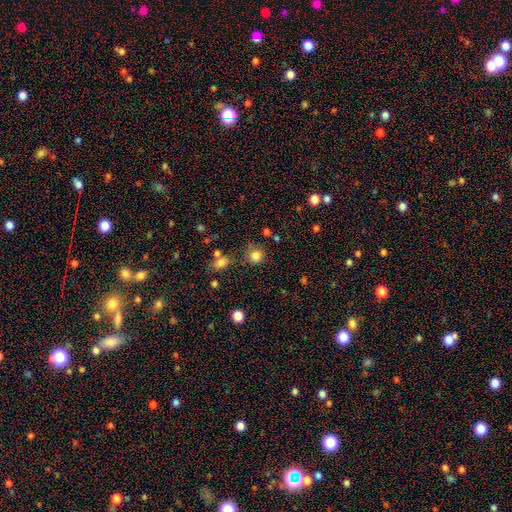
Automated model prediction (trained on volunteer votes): Smooth or featured? smooth (77%)
How rounded? round (84%)
Merging? none (68%)